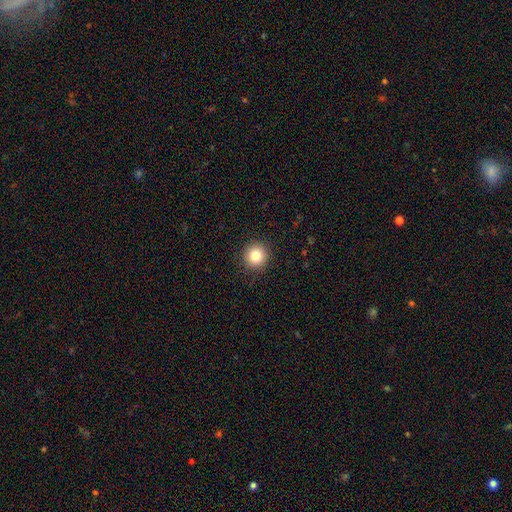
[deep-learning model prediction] Smooth or featured: smooth — 82% (star or artifact — 11%)
How rounded: round — 94% (in between — 5%)
Merging: none — 92% (minor disturbance — 5%)